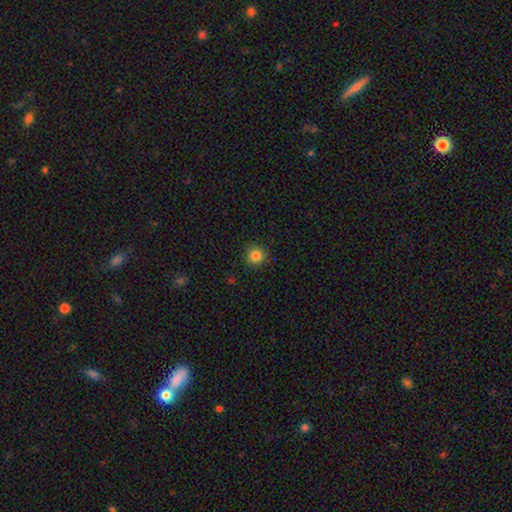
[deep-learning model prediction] smooth-or-featured: smooth: 84% | star or artifact: 12% | featured or disk: 4%
  how-rounded: round: 95% | in between: 4% | cigar-shaped: 1%
  merging: none: 92% | minor disturbance: 5% | major disturbance: 2% | merger: 1%